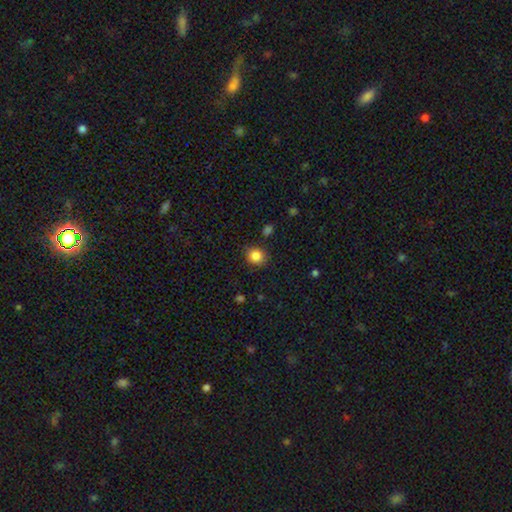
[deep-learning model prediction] The model was most divided on "how rounded": round: 80%, in between: 19%, cigar-shaped: 1%. More confident: smooth or featured — smooth (85%); merging — none (82%).